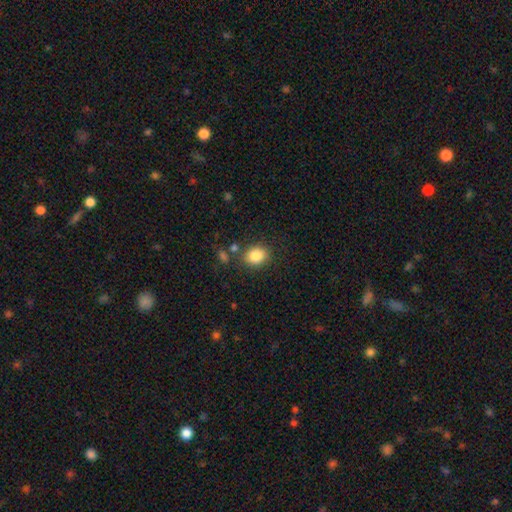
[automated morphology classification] type=smooth (85%); roundness=round (50%); merging=none (79%).